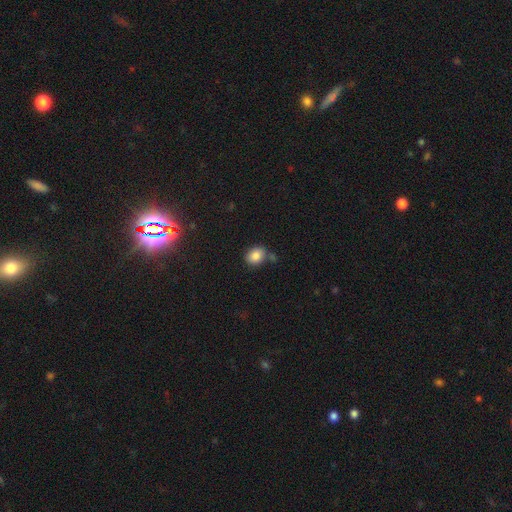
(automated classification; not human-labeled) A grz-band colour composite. It shows a smooth galaxy with no disk features (86%) that is in between round and cigar-shaped (56%). Merging: none (69%).